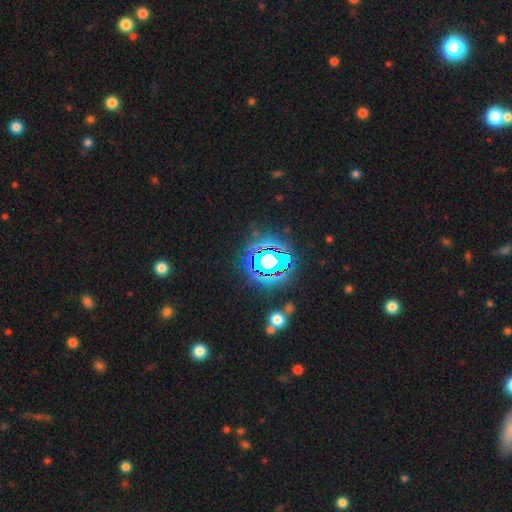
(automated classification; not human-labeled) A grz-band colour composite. It shows a star or artifact, not a galaxy (83%).